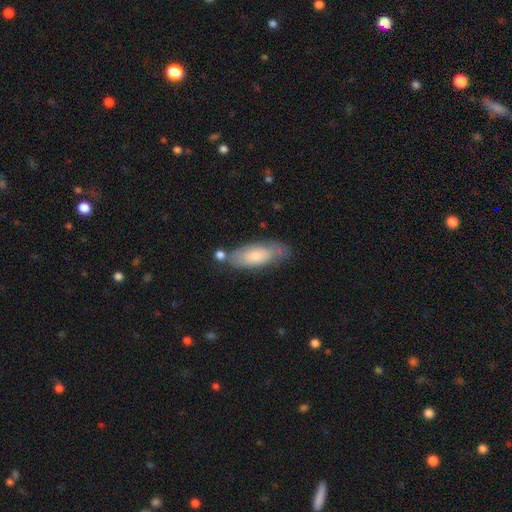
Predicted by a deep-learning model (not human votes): smooth 67%, featured or disk 28%, star or artifact 6%. Down the decision tree: how rounded — in between (71%); merging — none (64%).